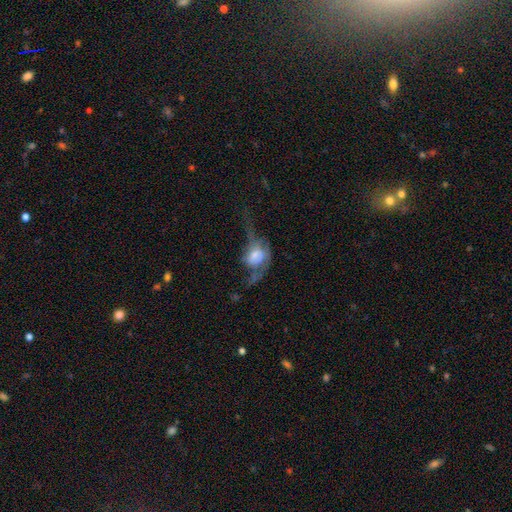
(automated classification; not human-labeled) smooth_or_featured: featured or disk (p=0.57) [alt: smooth p=0.35]
disk_edge_on: no (p=0.87) [alt: yes p=0.13]
merging: major disturbance (p=0.55) [alt: none p=0.23]